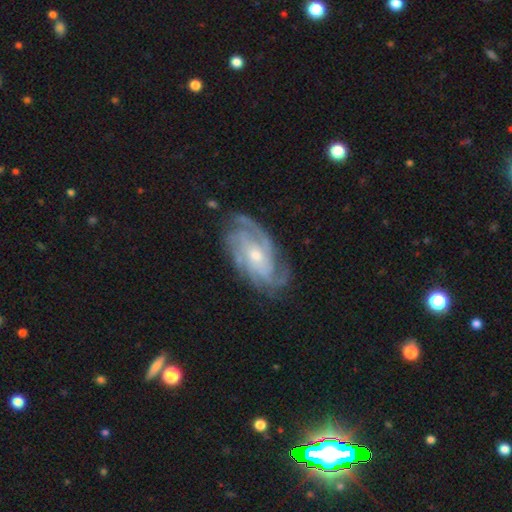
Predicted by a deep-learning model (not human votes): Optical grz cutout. It shows a featured or disk galaxy (89%) with no bar (65%), 3 (30%) tight (60%) spiral arms (97%) and a small central bulge (55%). Merging: none (75%).